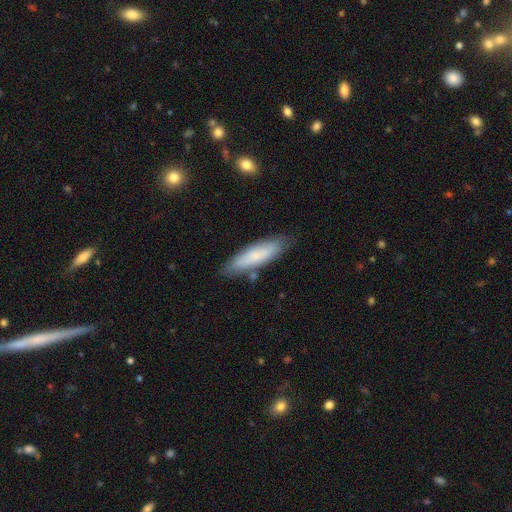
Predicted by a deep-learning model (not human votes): smooth_or_featured: smooth (p=0.73) [alt: featured or disk p=0.21]
how_rounded: cigar-shaped (p=0.69) [alt: in between p=0.30]
merging: none (p=0.79) [alt: minor disturbance p=0.15]